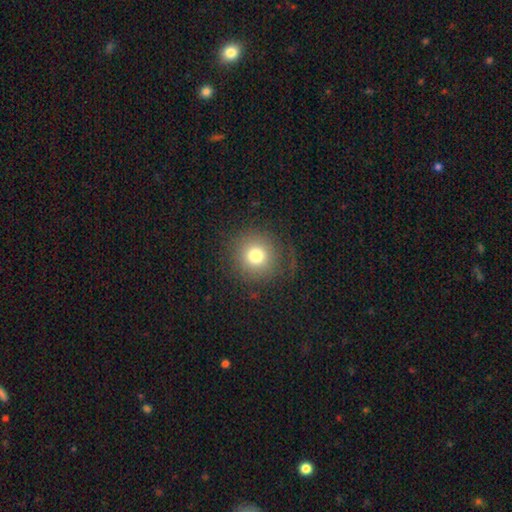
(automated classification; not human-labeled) Smooth or featured: smooth — 75% (star or artifact — 13%)
How rounded: round — 93% (in between — 6%)
Merging: none — 79% (minor disturbance — 11%)